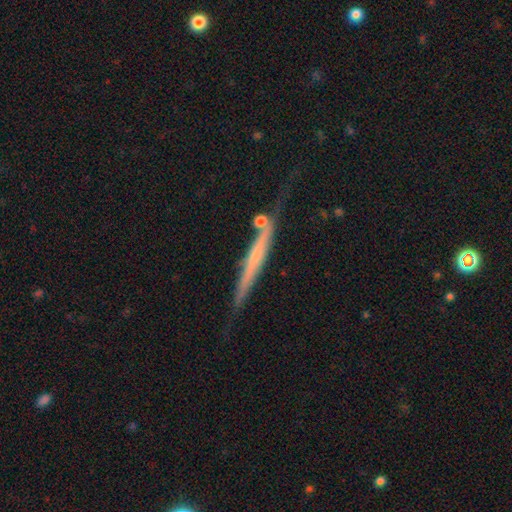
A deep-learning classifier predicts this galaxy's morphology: A featured or disk galaxy (62%) viewed edge-on (94%) with no central bulge (63%).

Vote fractions:
- Smooth or featured? featured or disk: 62% / smooth: 32% / star or artifact: 7%
- Edge-on disk? yes: 94% / no: 6%
- Edge-on bulge? none: 63% / rounded: 28% / boxy: 9%
- Merging? none: 64% / minor disturbance: 20% / merger: 10% / major disturbance: 7%